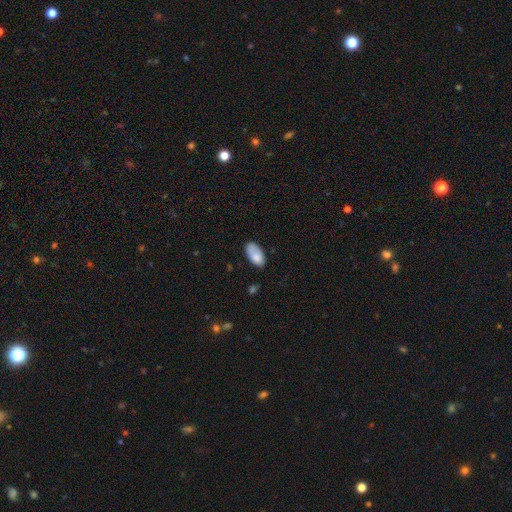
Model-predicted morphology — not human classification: type=smooth (82%); roundness=in between (95%); merging=none (61%).